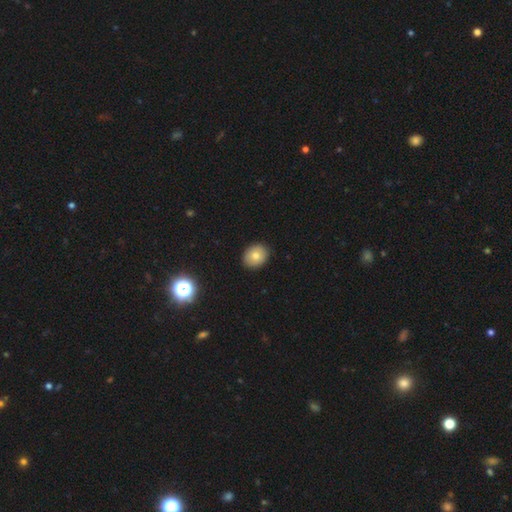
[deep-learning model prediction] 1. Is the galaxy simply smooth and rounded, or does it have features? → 77% smooth, 13% featured or disk, 11% star or artifact.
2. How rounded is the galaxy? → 51% round, 48% in between, 1% cigar-shaped.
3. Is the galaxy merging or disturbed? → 90% none, 8% minor disturbance, 2% major disturbance, 1% merger.